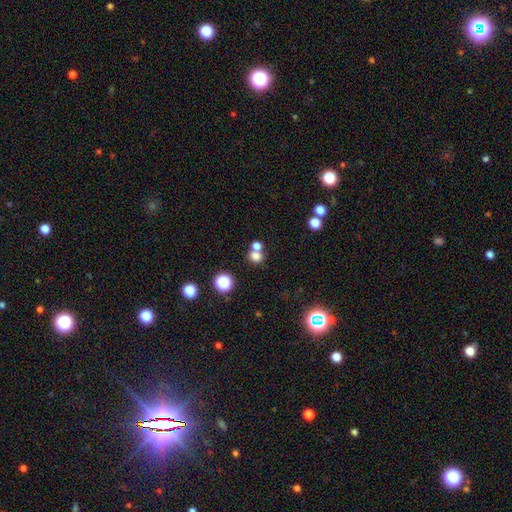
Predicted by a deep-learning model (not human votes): A smooth galaxy with no disk features (75%) that is round (70%).

Vote fractions:
- Smooth or featured? smooth: 75% / star or artifact: 16% / featured or disk: 9%
- How rounded? round: 70% / in between: 29% / cigar-shaped: 1%
- Merging? none: 47% / merger: 42% / minor disturbance: 7% / major disturbance: 4%